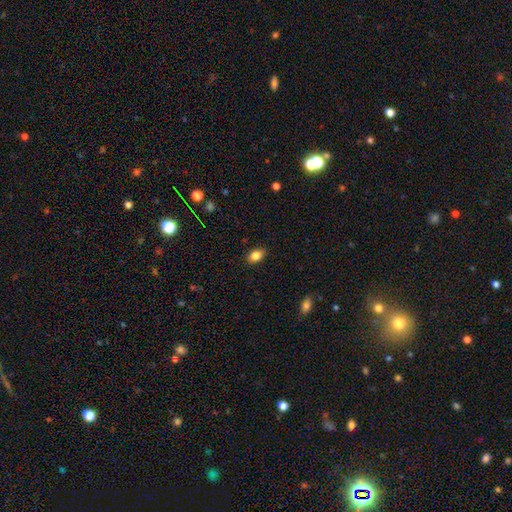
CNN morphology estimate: A smooth galaxy with no disk features (85%) that is in between round and cigar-shaped (82%). Merging: none (87%).